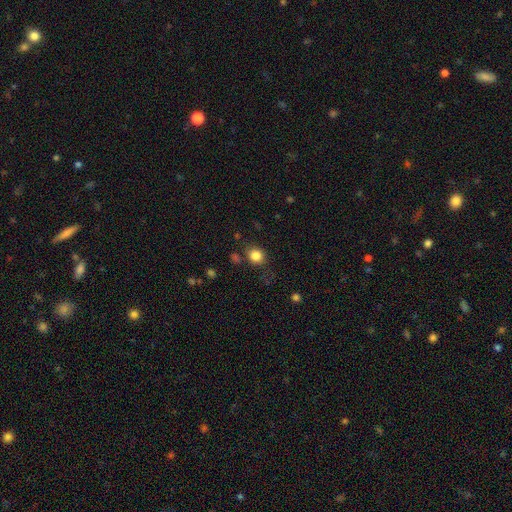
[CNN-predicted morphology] type=smooth (83%); roundness=round (78%); merging=none (79%).